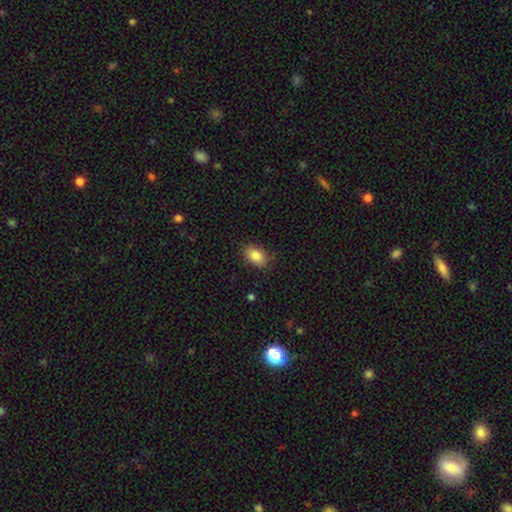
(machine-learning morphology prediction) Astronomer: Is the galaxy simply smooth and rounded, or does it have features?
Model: smooth — 85%.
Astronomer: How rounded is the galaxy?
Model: in between — 84%.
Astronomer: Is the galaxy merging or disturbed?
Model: none — 81%.